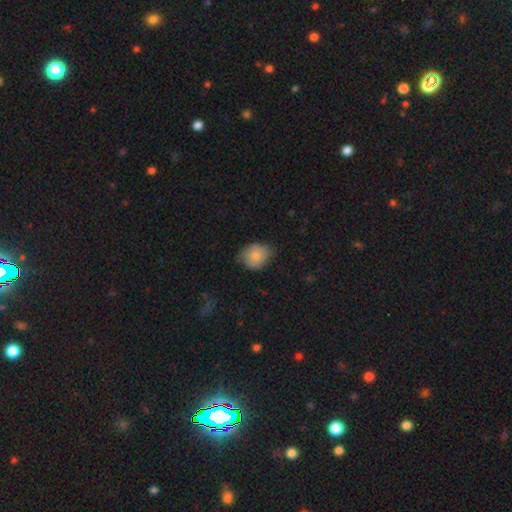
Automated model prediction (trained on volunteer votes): Smooth or featured: smooth — 80% (featured or disk — 13%)
How rounded: round — 52% (in between — 47%)
Merging: none — 59% (minor disturbance — 33%)